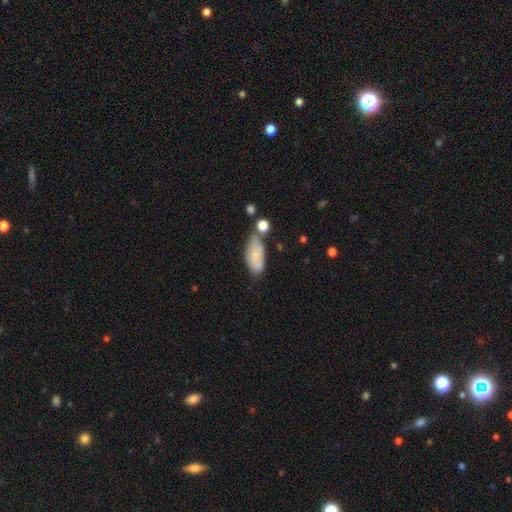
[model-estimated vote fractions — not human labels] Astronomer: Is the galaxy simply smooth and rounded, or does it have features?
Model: smooth — 77%.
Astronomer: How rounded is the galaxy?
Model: in between — 84%.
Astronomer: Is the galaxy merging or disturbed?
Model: none — 46% (runner-up: minor disturbance, 28%).